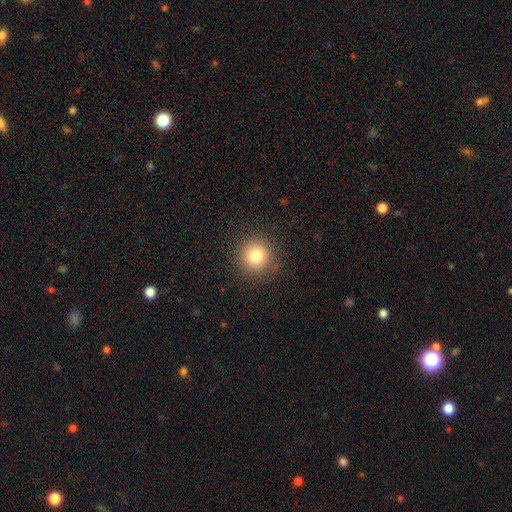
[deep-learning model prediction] Smooth or featured: smooth — 80% (star or artifact — 12%)
How rounded: round — 95% (in between — 5%)
Merging: none — 90% (minor disturbance — 6%)